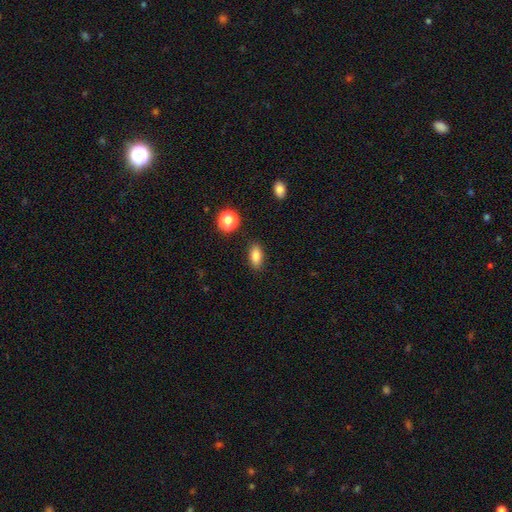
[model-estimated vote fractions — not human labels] smooth_or_featured: smooth (p=0.84) [alt: star or artifact p=0.10]
how_rounded: in between (p=0.85) [alt: cigar-shaped p=0.08]
merging: none (p=0.87) [alt: minor disturbance p=0.08]